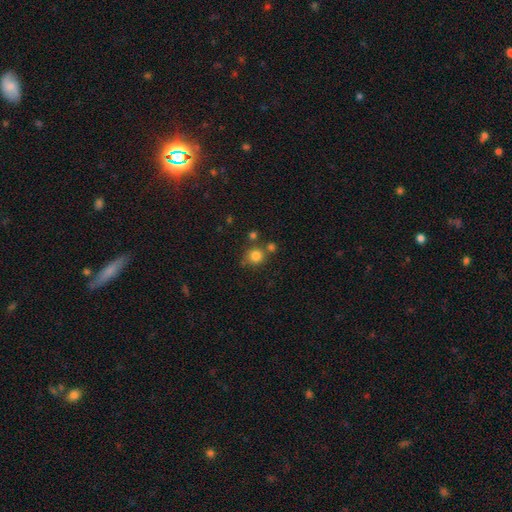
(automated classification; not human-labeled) smooth_or_featured: smooth (p=0.81) [alt: star or artifact p=0.12]
how_rounded: round (p=0.89) [alt: in between p=0.10]
merging: none (p=0.67) [alt: merger p=0.18]